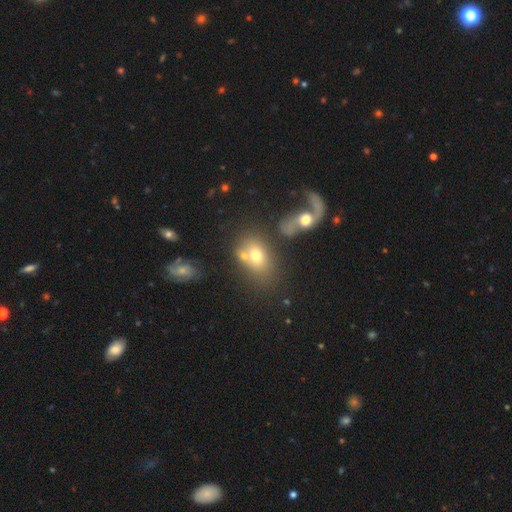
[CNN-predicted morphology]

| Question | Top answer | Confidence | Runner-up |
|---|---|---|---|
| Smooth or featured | smooth | 57% | featured or disk (30%) |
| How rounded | in between | 71% | round (27%) |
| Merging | none | 40% | merger (36%) |